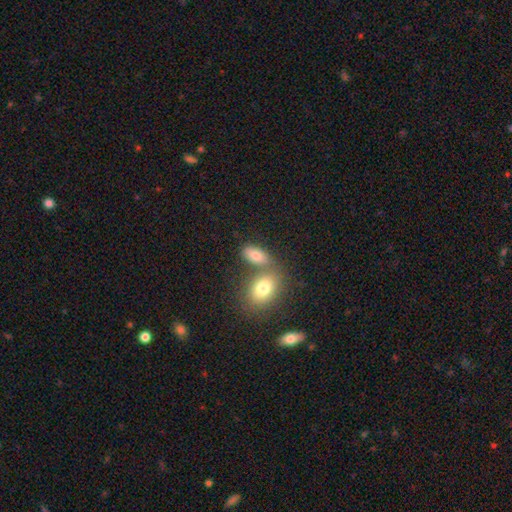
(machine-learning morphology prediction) Overall: smooth (78%). How rounded: in between (87%). Merging: none (52%; merger 33%).